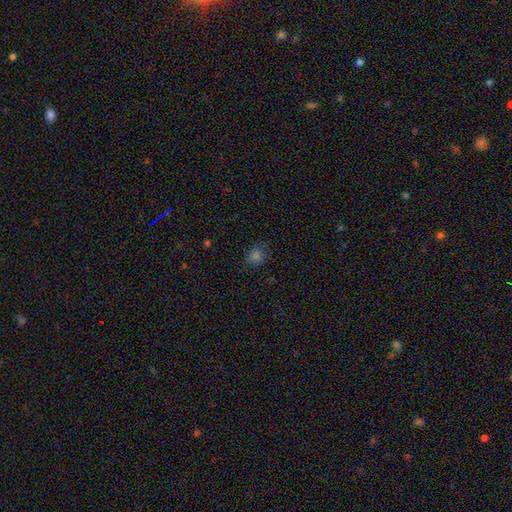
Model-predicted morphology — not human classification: Smooth or featured?
  - smooth: 75% *
  - star or artifact: 18%
  - featured or disk: 6%
How rounded?
  - round: 74% *
  - in between: 25%
  - cigar-shaped: 1%
Merging?
  - none: 82% *
  - minor disturbance: 13%
  - major disturbance: 3%
  - merger: 1%